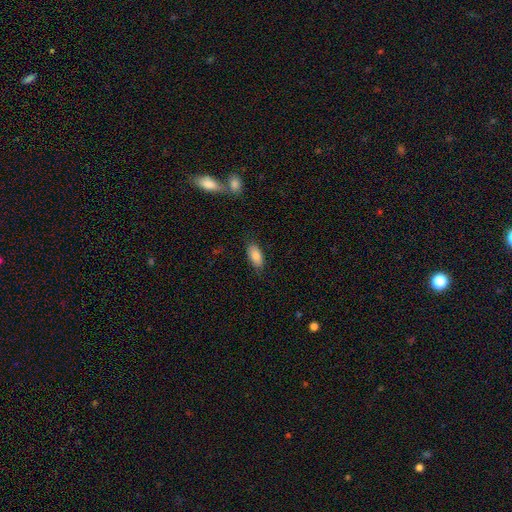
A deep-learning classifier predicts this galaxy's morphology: Smooth or featured? smooth (86%)
How rounded? in between (88%)
Merging? none (81%)